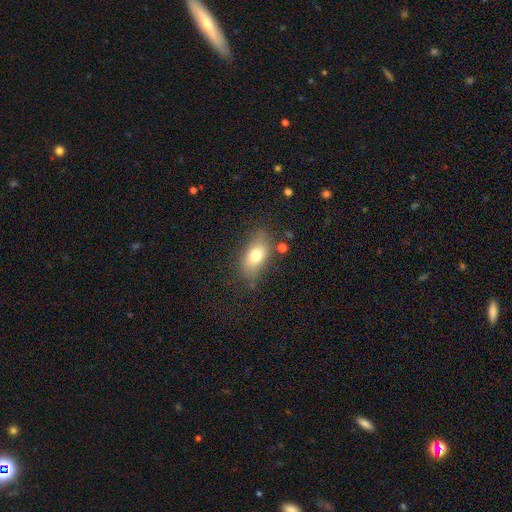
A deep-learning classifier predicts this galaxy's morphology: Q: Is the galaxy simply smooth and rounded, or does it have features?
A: smooth — 74%.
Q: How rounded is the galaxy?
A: in between — 85%.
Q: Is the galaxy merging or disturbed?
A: none — 73%.